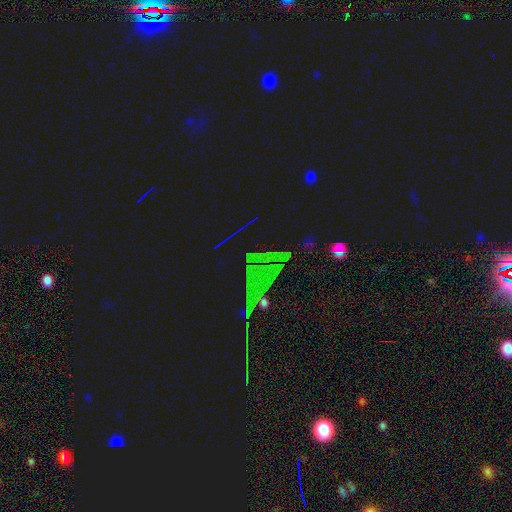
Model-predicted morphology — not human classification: Smooth or featured: star or artifact — 81% (smooth — 10%)